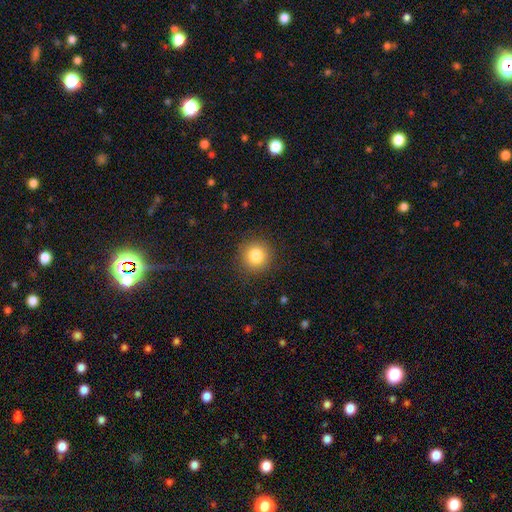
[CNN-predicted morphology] Smooth or featured?
  - smooth: 82% *
  - star or artifact: 11%
  - featured or disk: 7%
How rounded?
  - round: 94% *
  - in between: 5%
  - cigar-shaped: 1%
Merging?
  - none: 90% *
  - minor disturbance: 6%
  - major disturbance: 3%
  - merger: 1%